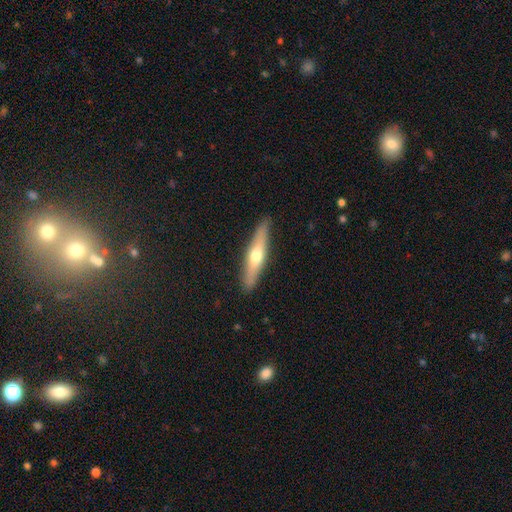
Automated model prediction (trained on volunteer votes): Morphology: type=featured or disk (48%); merging=none (88%).